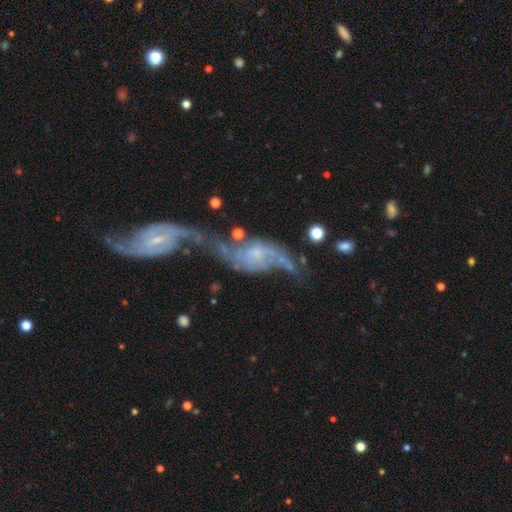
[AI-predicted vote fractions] A featured or disk galaxy (80%) with no bar (59%), 2 (81%) loose (55%) spiral arms (90%) and a small central bulge (58%).

Vote fractions:
- Smooth or featured? featured or disk: 80% / smooth: 12% / star or artifact: 8%
- Edge-on disk? no: 92% / yes: 8%
- Bar? no: 59% / weak: 31% / strong: 10%
- Spiral arms? yes: 90% / no: 10%
- Spiral winding? loose: 55% / medium: 31% / tight: 14%
- Spiral arm count? 2: 81% / can't tell: 10% / 1: 4% / 3: 2% / 4: 1% / more than 4: 1%
- Bulge size? small: 58% / moderate: 19% / none: 18% / large: 3% / dominant: 2%
- Merging? merger: 69% / none: 12% / major disturbance: 11% / minor disturbance: 8%